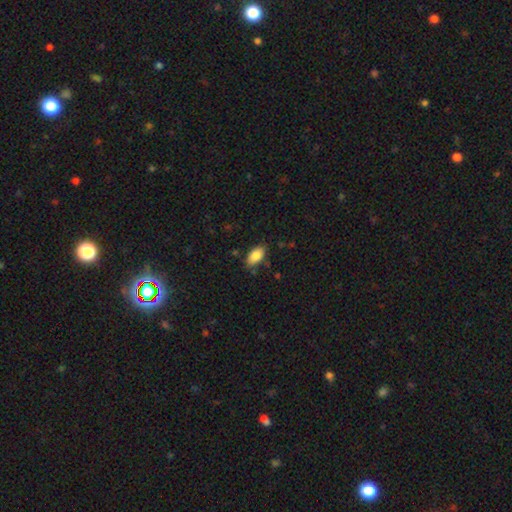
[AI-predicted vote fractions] This is clearly a smooth galaxy (85%). How rounded: clearly in between (92%). Merging: clearly none (81%).